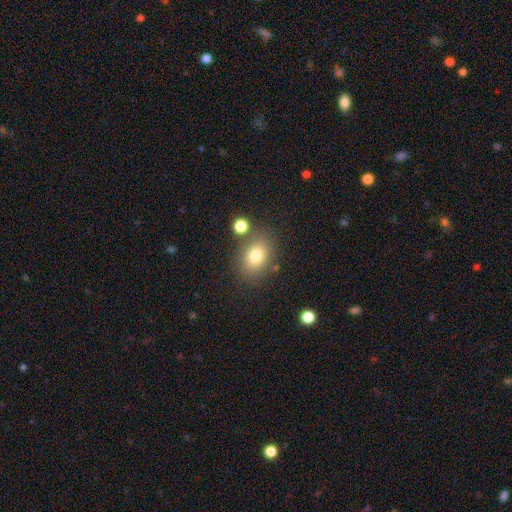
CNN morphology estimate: This is likely a smooth galaxy (78%). How rounded: likely in between (68%). Merging: likely none (75%).